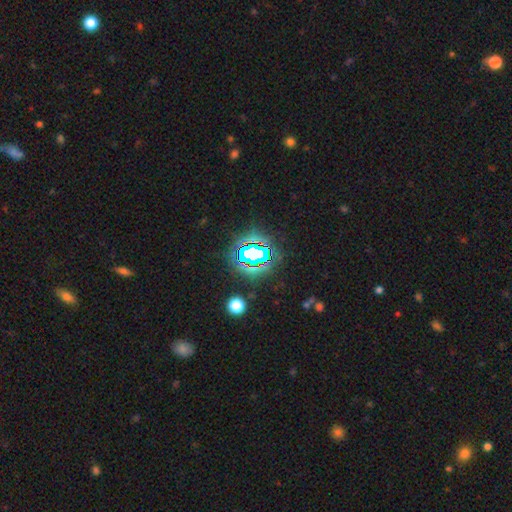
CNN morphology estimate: smooth_or_featured: star or artifact (p=0.69) [alt: smooth p=0.18]